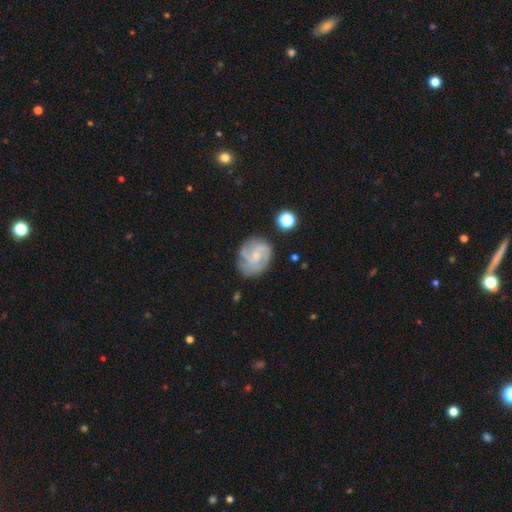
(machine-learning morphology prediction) Q: Smooth or featured?
A: featured or disk (78%); runner-up: smooth (15%)
Q: Edge-on disk?
A: no (98%); runner-up: yes (2%)
Q: Bar?
A: no (52%); runner-up: weak (41%)
Q: Spiral arms?
A: yes (95%); runner-up: no (5%)
Q: Spiral winding?
A: medium (46%); runner-up: tight (38%)
Q: Spiral arm count?
A: 3 (39%); runner-up: 2 (26%)
Q: Bulge size?
A: small (58%); runner-up: moderate (24%)
Q: Merging?
A: none (72%); runner-up: minor disturbance (18%)